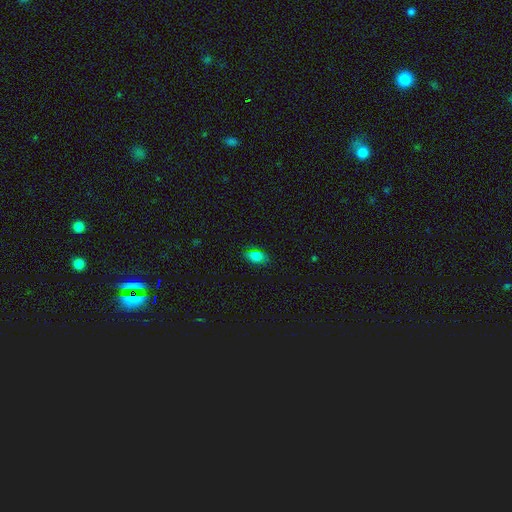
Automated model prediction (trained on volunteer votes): Smooth or featured?
  - smooth: 74% *
  - star or artifact: 15%
  - featured or disk: 11%
How rounded?
  - in between: 84% *
  - round: 11%
  - cigar-shaped: 5%
Merging?
  - none: 79% *
  - minor disturbance: 16%
  - major disturbance: 4%
  - merger: 2%